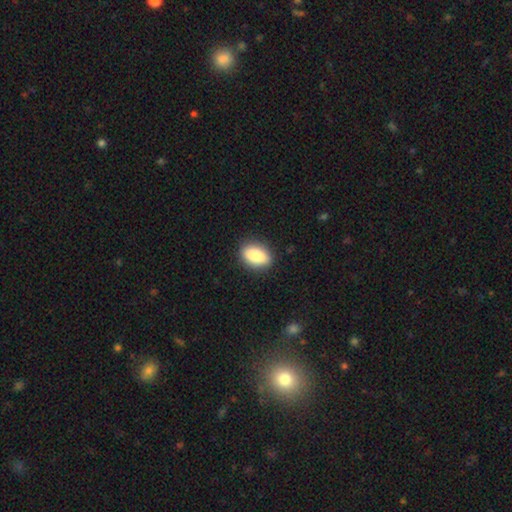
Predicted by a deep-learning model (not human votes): The model was most divided on "merging": none: 87%, minor disturbance: 10%, major disturbance: 2%, merger: 1%. More confident: how rounded — in between (88%); smooth or featured — smooth (87%).